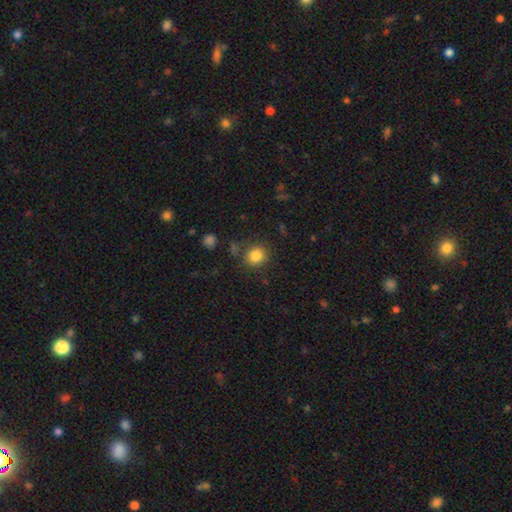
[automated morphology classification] smooth-or-featured: smooth: 84% | star or artifact: 11% | featured or disk: 5%
  how-rounded: round: 87% | in between: 12% | cigar-shaped: 1%
  merging: none: 82% | minor disturbance: 10% | merger: 4% | major disturbance: 4%